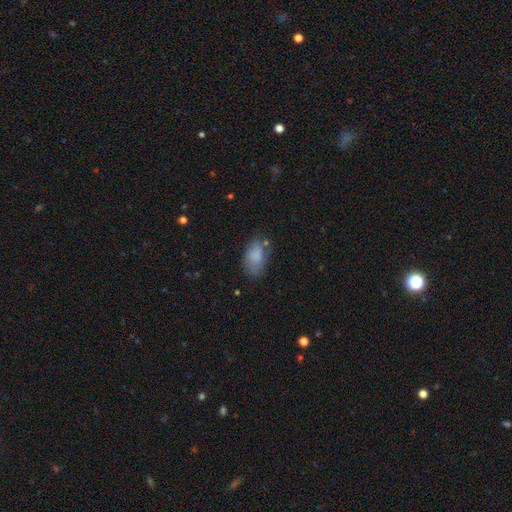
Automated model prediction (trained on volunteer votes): Smooth or featured: smooth — 80% (featured or disk — 12%)
How rounded: in between — 92% (round — 6%)
Merging: none — 58% (minor disturbance — 27%)